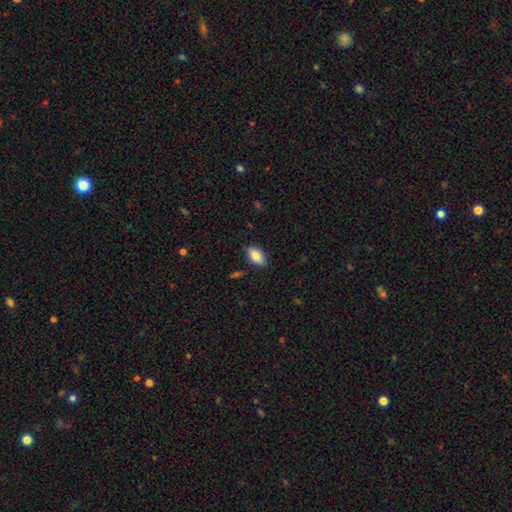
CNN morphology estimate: smooth-or-featured: smooth: 82% | featured or disk: 10% | star or artifact: 7%
  how-rounded: in between: 90% | round: 6% | cigar-shaped: 3%
  merging: none: 83% | minor disturbance: 13% | major disturbance: 2% | merger: 2%